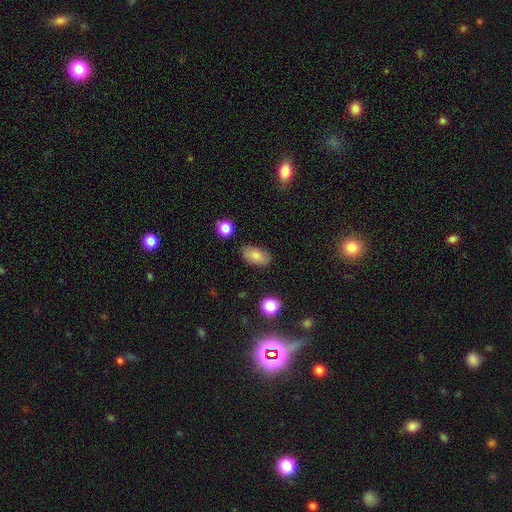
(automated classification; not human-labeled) The model was most divided on "smooth or featured": smooth: 82%, featured or disk: 10%, star or artifact: 8%. More confident: how rounded — in between (92%); merging — none (85%).